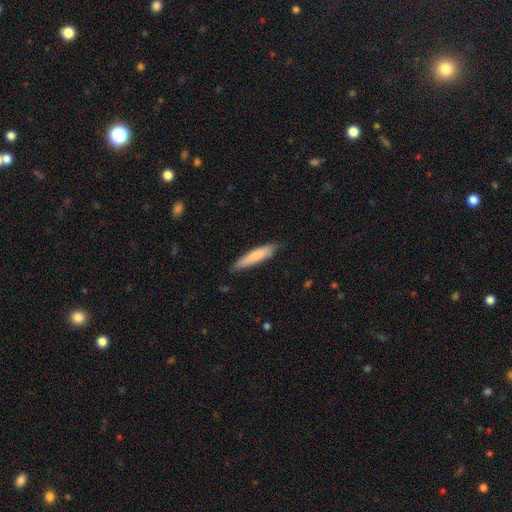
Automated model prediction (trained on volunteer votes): smooth_or_featured: smooth (p=0.78) [alt: featured or disk p=0.17]
how_rounded: cigar-shaped (p=0.86) [alt: in between p=0.13]
merging: none (p=0.81) [alt: minor disturbance p=0.16]